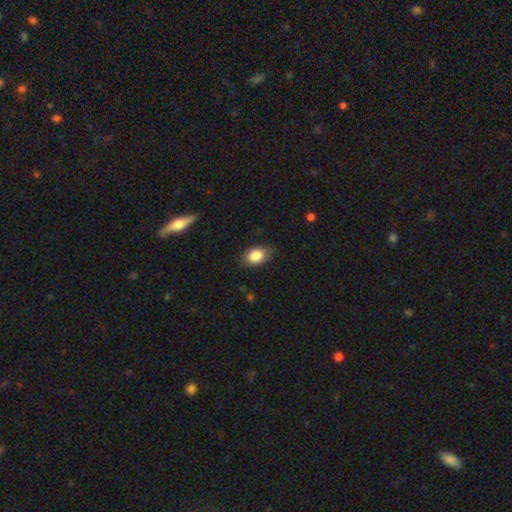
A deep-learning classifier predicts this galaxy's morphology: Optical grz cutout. It shows a smooth galaxy with no disk features (85%) that is in between round and cigar-shaped (77%). Merging: none (79%).